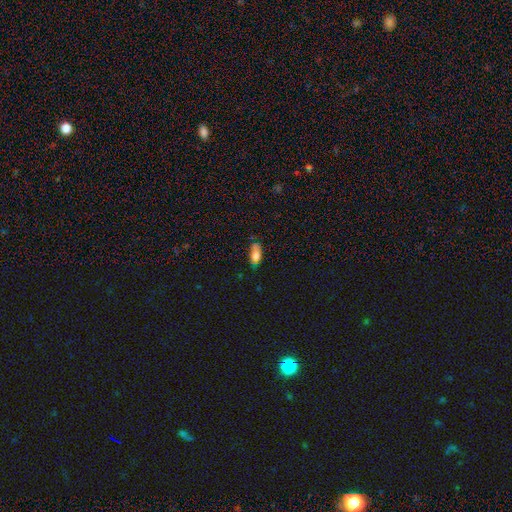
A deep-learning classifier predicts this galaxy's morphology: Smooth or featured?
  - smooth: 70% *
  - featured or disk: 20%
  - star or artifact: 10%
How rounded?
  - in between: 81% *
  - cigar-shaped: 14%
  - round: 5%
Merging?
  - none: 63% *
  - minor disturbance: 26%
  - major disturbance: 8%
  - merger: 3%